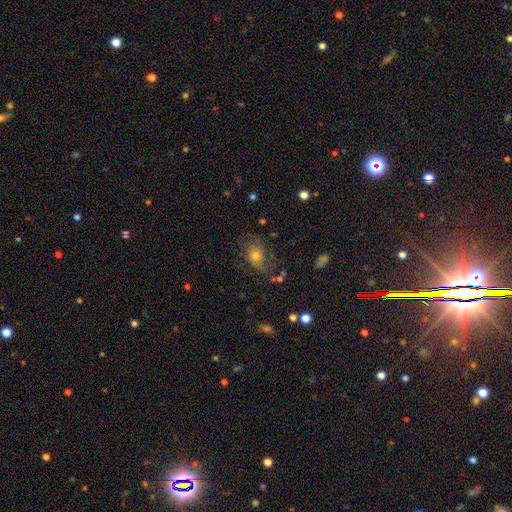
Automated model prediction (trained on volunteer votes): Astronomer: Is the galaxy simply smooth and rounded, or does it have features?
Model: featured or disk — 44% (runner-up: smooth, 42%).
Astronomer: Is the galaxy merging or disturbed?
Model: none — 50%.